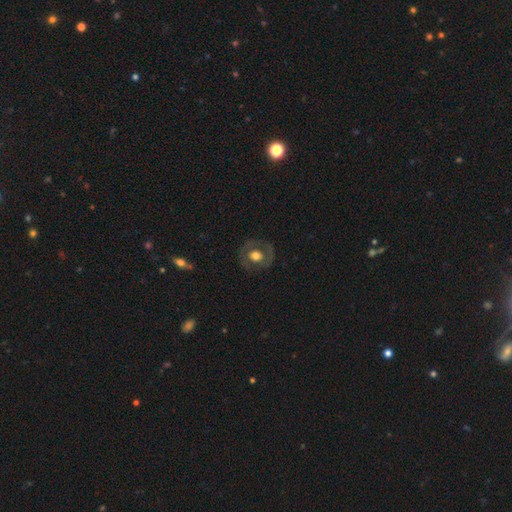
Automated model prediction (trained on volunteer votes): This is possibly a featured or disk galaxy (49%). Merging: likely none (80%).